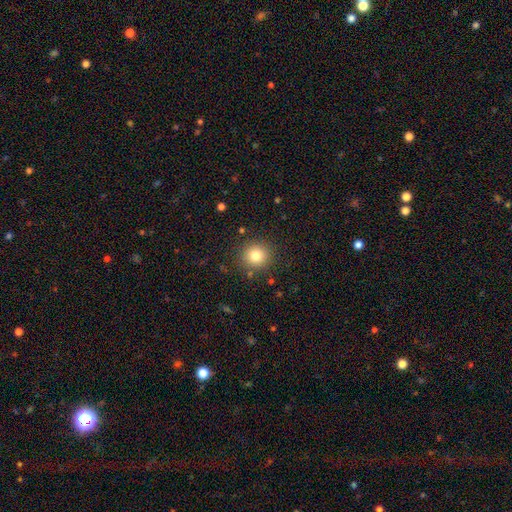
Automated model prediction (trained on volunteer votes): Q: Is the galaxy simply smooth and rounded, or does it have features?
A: smooth — 80%.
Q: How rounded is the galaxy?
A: round — 92%.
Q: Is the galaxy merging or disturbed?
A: none — 88%.